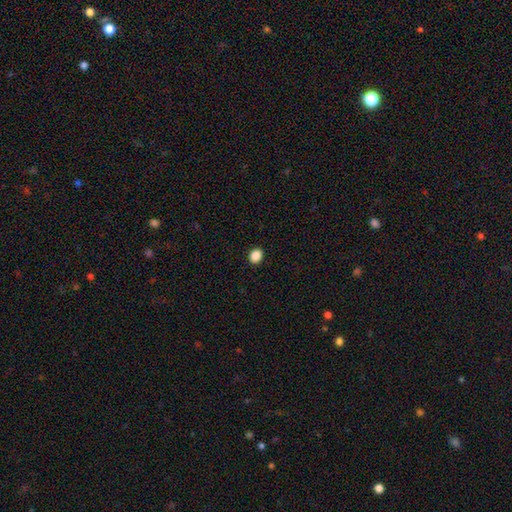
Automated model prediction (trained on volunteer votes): Overall: smooth (88%). How rounded: round (51%; in between 48%). Merging: none (92%).